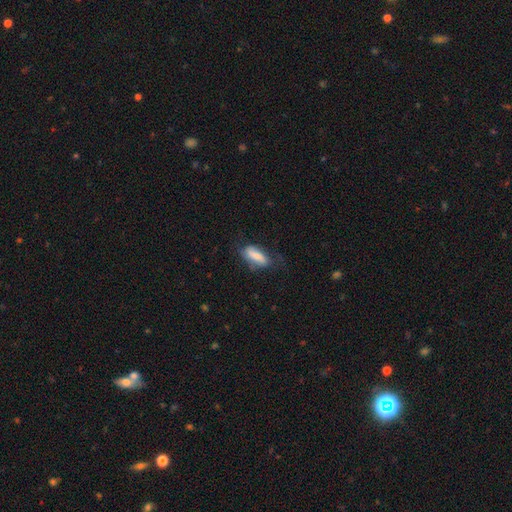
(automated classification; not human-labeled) Smooth or featured: smooth — 64% (featured or disk — 29%)
How rounded: in between — 74% (cigar-shaped — 23%)
Merging: none — 56% (minor disturbance — 29%)